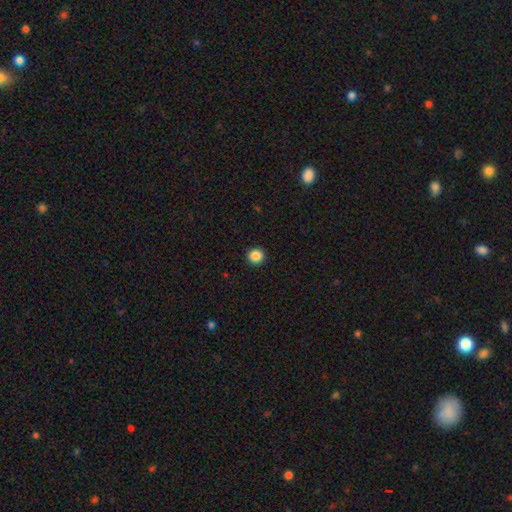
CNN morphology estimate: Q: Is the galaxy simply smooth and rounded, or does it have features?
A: smooth — 87%.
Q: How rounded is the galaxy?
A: round — 95%.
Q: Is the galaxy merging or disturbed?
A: none — 94%.